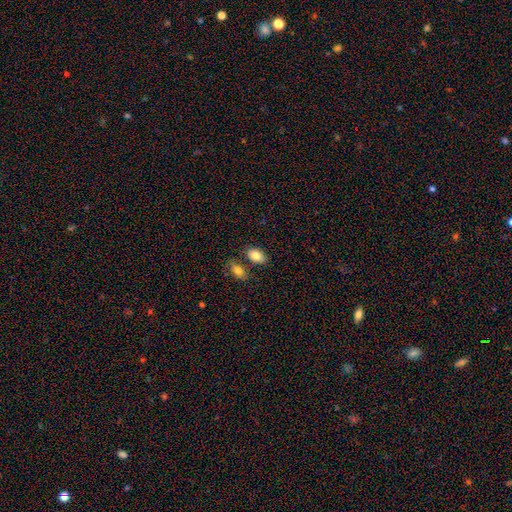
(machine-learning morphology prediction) smooth_or_featured: smooth (p=0.84) [alt: featured or disk p=0.09]
how_rounded: in between (p=0.91) [alt: round p=0.07]
merging: none (p=0.71) [alt: merger p=0.15]